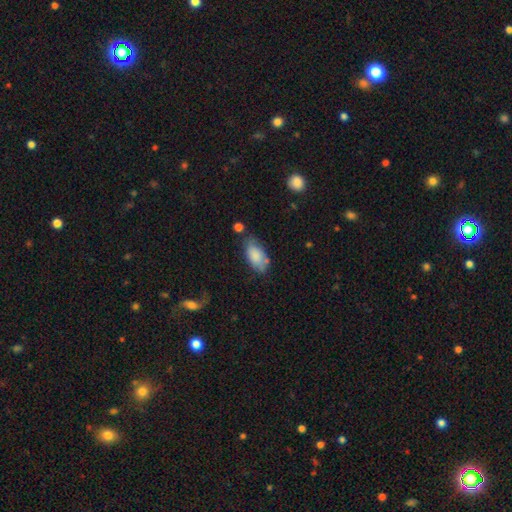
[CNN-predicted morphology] A smooth galaxy with no disk features (83%) that is in between round and cigar-shaped (92%).

Vote fractions:
- Smooth or featured? smooth: 83% / featured or disk: 11% / star or artifact: 7%
- How rounded? in between: 92% / cigar-shaped: 5% / round: 3%
- Merging? none: 59% / minor disturbance: 26% / merger: 8% / major disturbance: 7%